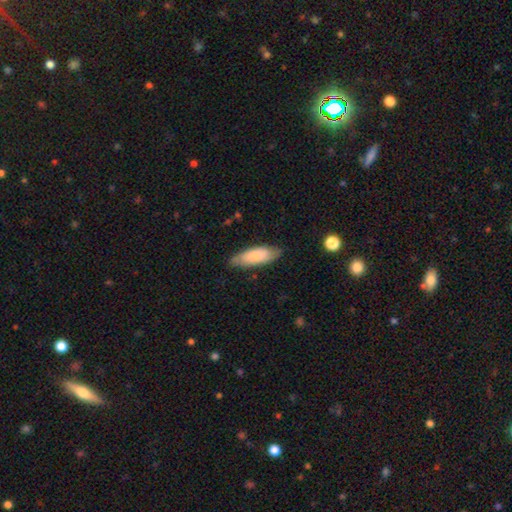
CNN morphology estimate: Smooth or featured? smooth (77%)
How rounded? in between (61%)
Merging? none (79%)